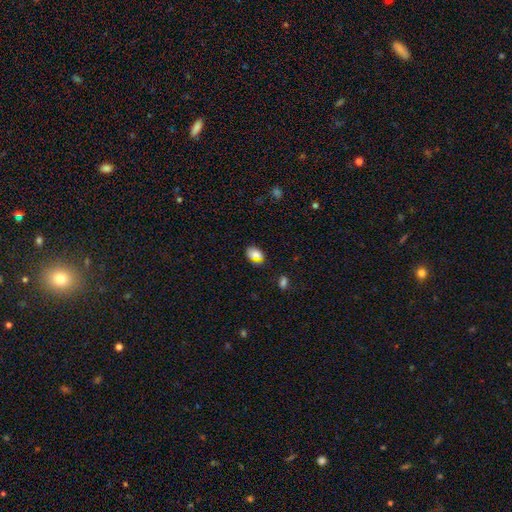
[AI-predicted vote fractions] Smooth or featured?
  - smooth: 76% *
  - star or artifact: 15%
  - featured or disk: 9%
How rounded?
  - in between: 77% *
  - round: 21%
  - cigar-shaped: 2%
Merging?
  - none: 72% *
  - minor disturbance: 19%
  - major disturbance: 5%
  - merger: 4%